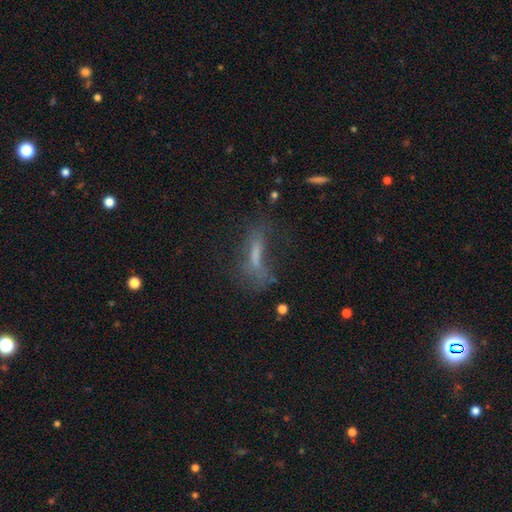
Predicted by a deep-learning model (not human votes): smooth 45%, featured or disk 37%, star or artifact 17%. Down the decision tree: merging — none (43%).